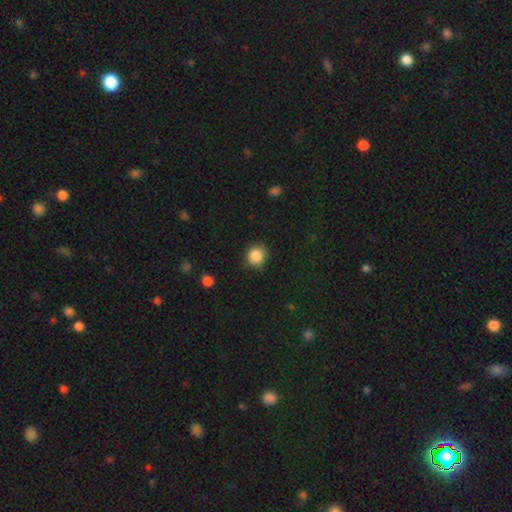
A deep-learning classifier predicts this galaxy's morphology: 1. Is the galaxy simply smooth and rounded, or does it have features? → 86% smooth, 10% star or artifact, 4% featured or disk.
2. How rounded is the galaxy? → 86% round, 13% in between, 1% cigar-shaped.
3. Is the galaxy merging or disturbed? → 83% none, 13% minor disturbance, 3% major disturbance, 1% merger.